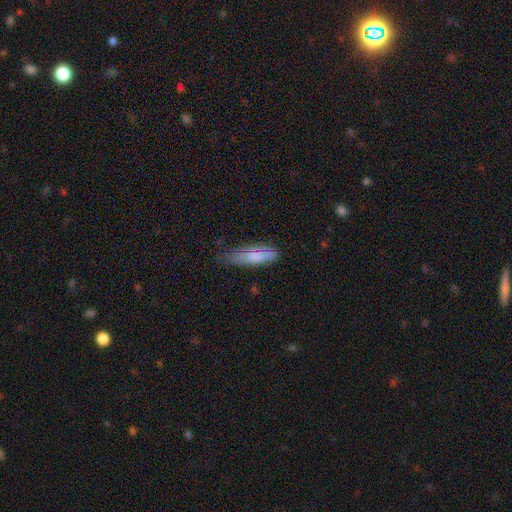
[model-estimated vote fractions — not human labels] The model was most divided on "how rounded": in between: 55%, cigar-shaped: 43%, round: 2%. More confident: smooth or featured — smooth (72%); merging — none (55%).